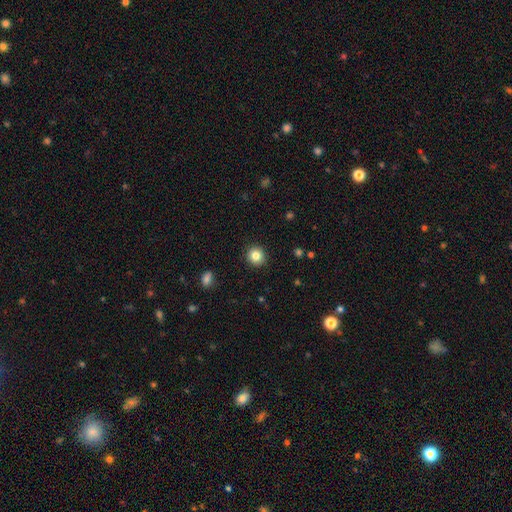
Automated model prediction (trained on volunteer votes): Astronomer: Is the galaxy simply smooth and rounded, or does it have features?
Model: smooth — 83%.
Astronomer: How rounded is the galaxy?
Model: round — 91%.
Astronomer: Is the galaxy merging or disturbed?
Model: none — 92%.